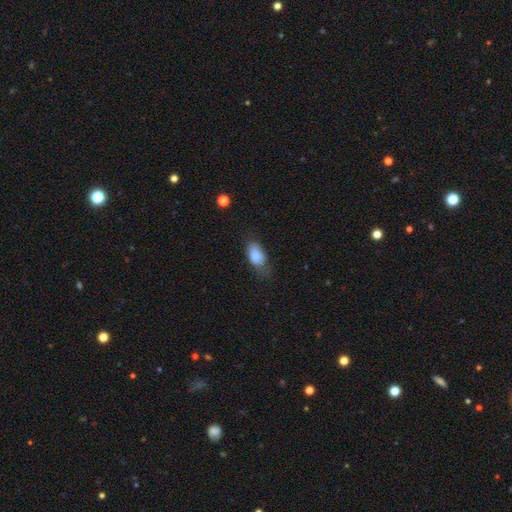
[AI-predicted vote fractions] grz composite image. It shows a smooth galaxy with no disk features (85%) that is in between round and cigar-shaped (90%). Merging: none (54%).